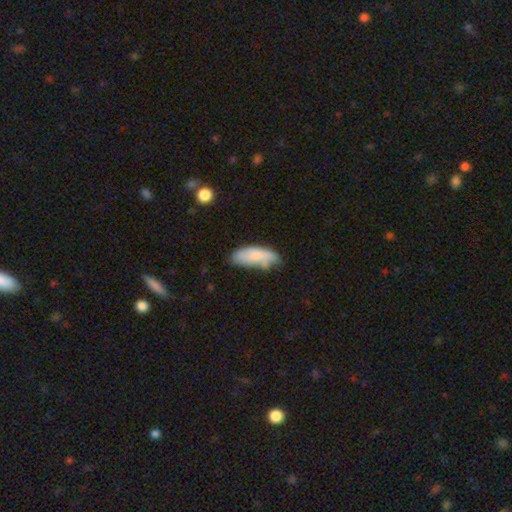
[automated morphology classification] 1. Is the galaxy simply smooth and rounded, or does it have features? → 75% smooth, 18% featured or disk, 7% star or artifact.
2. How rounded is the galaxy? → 74% in between, 24% cigar-shaped, 2% round.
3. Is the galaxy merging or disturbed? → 47% none, 31% minor disturbance, 12% major disturbance, 9% merger.